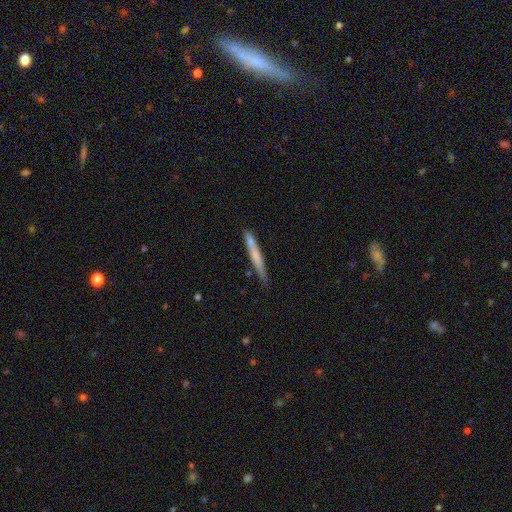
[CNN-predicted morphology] Q: Smooth or featured?
A: smooth (62%); runner-up: featured or disk (32%)
Q: How rounded?
A: cigar-shaped (96%); runner-up: in between (3%)
Q: Merging?
A: none (73%); runner-up: minor disturbance (19%)